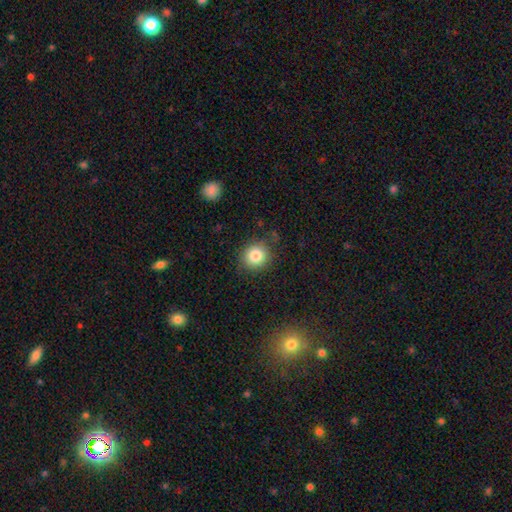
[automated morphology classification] This is clearly a smooth galaxy (83%). How rounded: clearly round (84%). Merging: clearly none (84%).